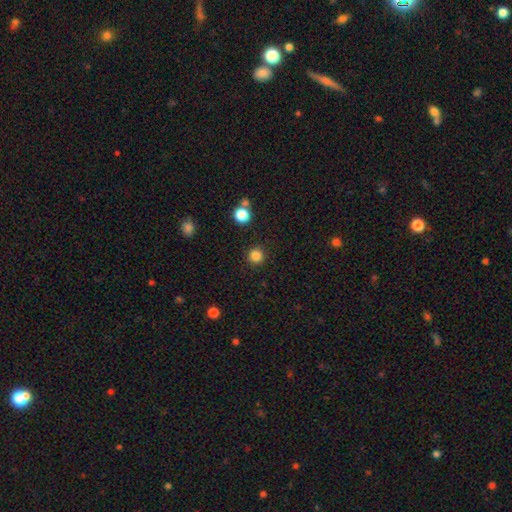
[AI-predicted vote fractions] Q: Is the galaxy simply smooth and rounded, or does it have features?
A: smooth — 84%.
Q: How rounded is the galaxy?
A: round — 95%.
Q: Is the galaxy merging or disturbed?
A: none — 91%.